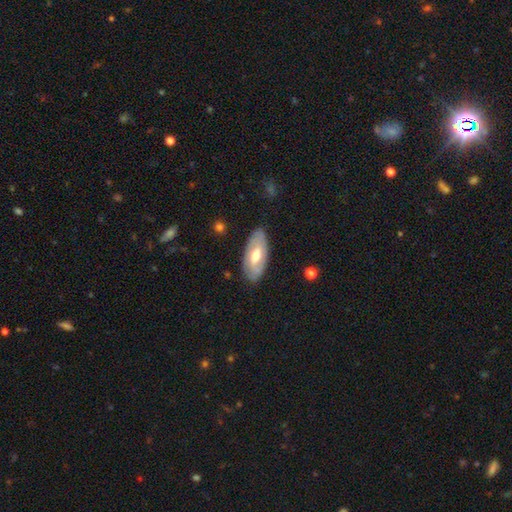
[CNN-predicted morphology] Q: Smooth or featured?
A: featured or disk (53%); runner-up: smooth (42%)
Q: Edge-on disk?
A: no (85%); runner-up: yes (15%)
Q: Merging?
A: none (81%); runner-up: minor disturbance (14%)